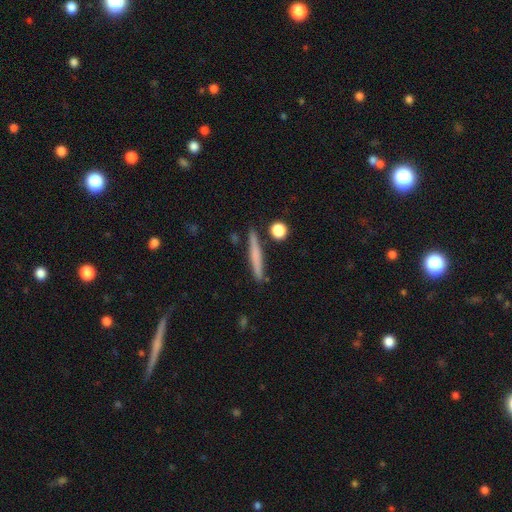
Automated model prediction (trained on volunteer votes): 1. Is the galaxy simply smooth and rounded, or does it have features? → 59% smooth, 34% featured or disk, 7% star or artifact.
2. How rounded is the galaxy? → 95% cigar-shaped, 3% in between, 2% round.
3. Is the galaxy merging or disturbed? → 86% none, 9% minor disturbance, 3% merger, 2% major disturbance.